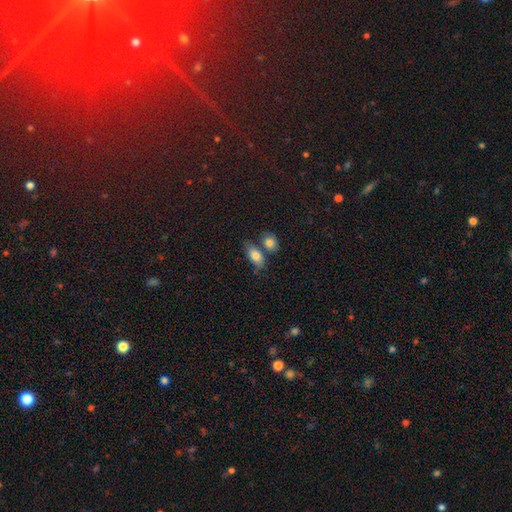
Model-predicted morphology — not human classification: The model was most divided on "merging": none: 51%, merger: 31%, minor disturbance: 14%, major disturbance: 4%. More confident: how rounded — in between (87%); smooth or featured — smooth (80%).